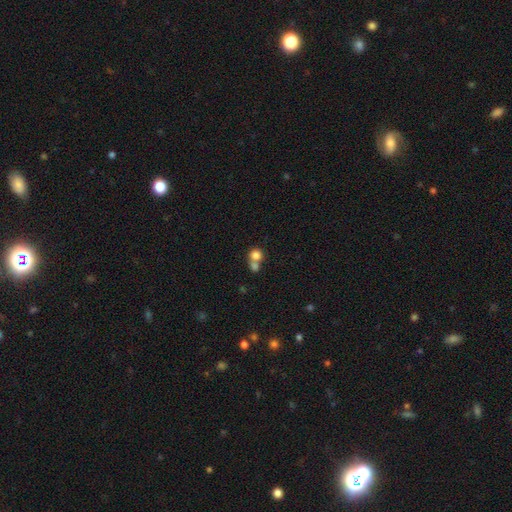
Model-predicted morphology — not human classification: Overall: smooth (79%). How rounded: round (84%). Merging: merger (54%; none 36%).